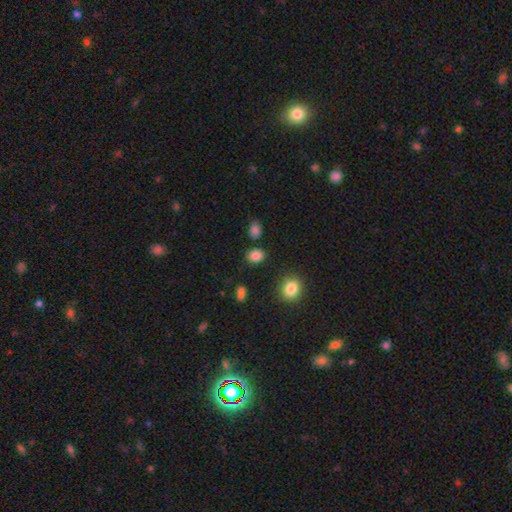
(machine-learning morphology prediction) Overall: smooth (85%). How rounded: round (51%; in between 47%). Merging: none (84%).